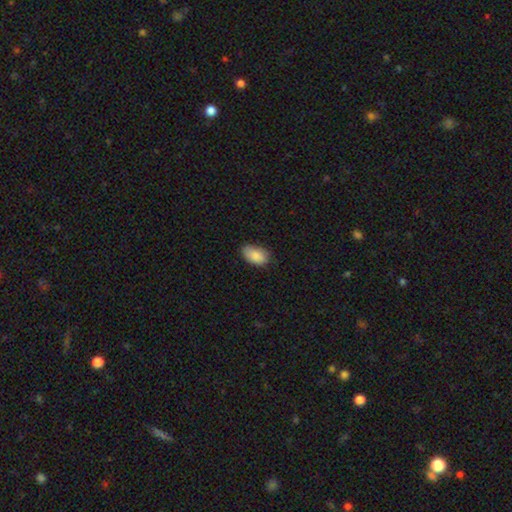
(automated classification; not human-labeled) The model was most divided on "merging": none: 73%, minor disturbance: 22%, major disturbance: 4%, merger: 1%. More confident: how rounded — in between (92%); smooth or featured — smooth (86%).